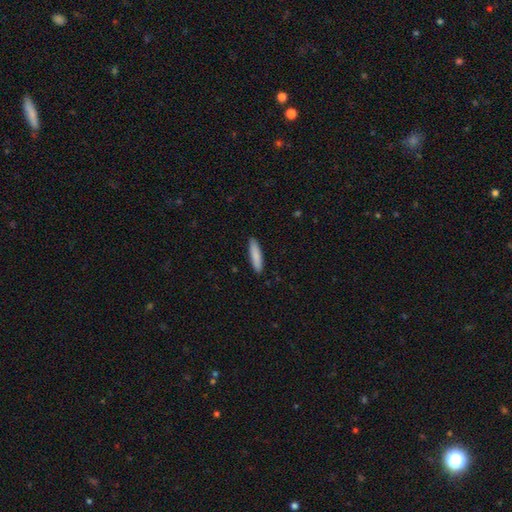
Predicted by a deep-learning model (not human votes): Q: Smooth or featured?
A: smooth (86%); runner-up: featured or disk (9%)
Q: How rounded?
A: cigar-shaped (80%); runner-up: in between (18%)
Q: Merging?
A: none (90%); runner-up: minor disturbance (7%)